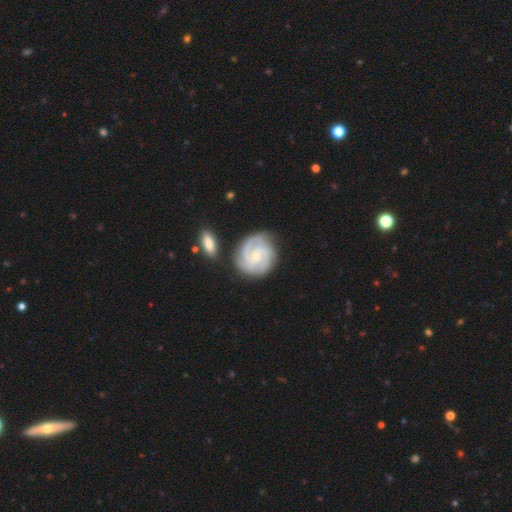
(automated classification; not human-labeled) smooth-or-featured: featured or disk: 86% | smooth: 9% | star or artifact: 5%
  disk-edge-on: no: 98% | yes: 2%
    bar: no: 67% | weak: 28% | strong: 5%
    has-spiral-arms: yes: 97% | no: 3%
      spiral-winding: tight: 66% | medium: 29% | loose: 5%
      spiral-arm-count: 3: 43% | 2: 26% | can't tell: 13% | 4: 9% | 1: 4% | more than 4: 4%
    bulge-size: small: 70% | moderate: 27% | none: 1% | large: 1% | dominant: 1%
  merging: none: 74% | minor disturbance: 16% | merger: 5% | major disturbance: 5%